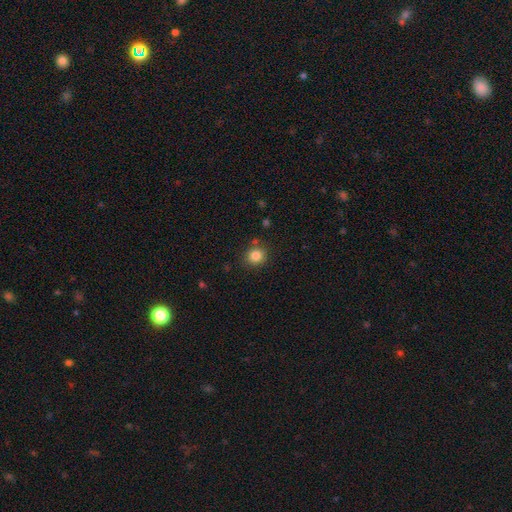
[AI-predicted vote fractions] A smooth galaxy with no disk features (84%) that is round (86%). Merging: none (83%).